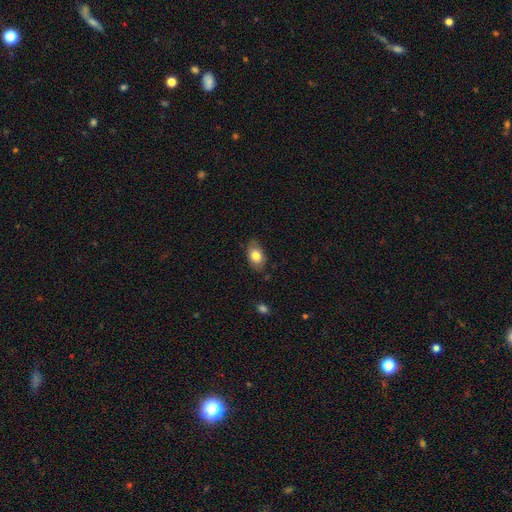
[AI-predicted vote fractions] Smooth or featured?
  - smooth: 80% *
  - featured or disk: 12%
  - star or artifact: 7%
How rounded?
  - in between: 88% *
  - round: 10%
  - cigar-shaped: 2%
Merging?
  - none: 79% *
  - minor disturbance: 17%
  - major disturbance: 3%
  - merger: 1%